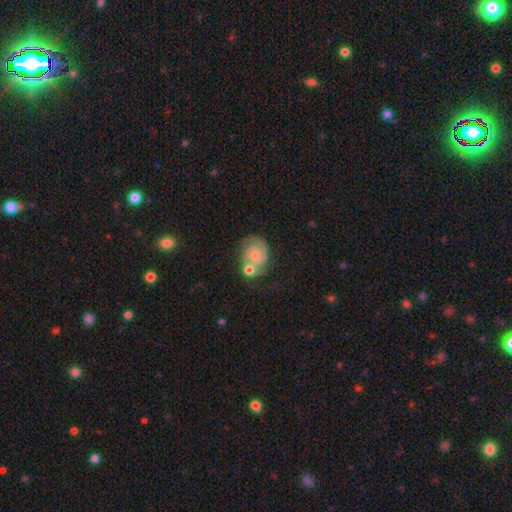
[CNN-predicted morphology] The model was most divided on "bulge size" (2-way tie): moderate: 44%, small: 44%, none: 7%, large: 4%, dominant: 1%. Remaining: edge-on disk — no (98%); spiral arms — yes (96%); smooth or featured — featured or disk (80%); spiral arm count — 2 (74%); bar — no (73%); spiral winding — tight (64%); merging — none (49%).